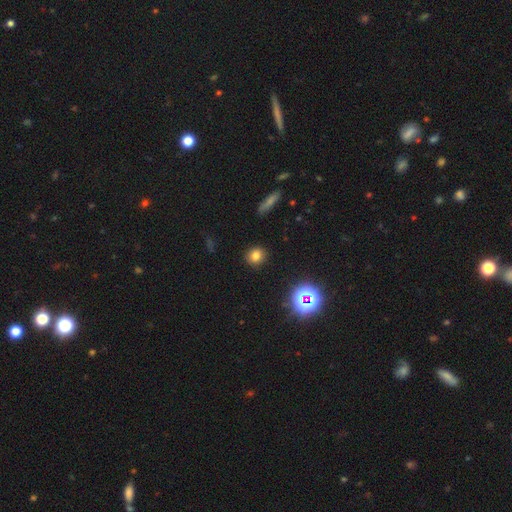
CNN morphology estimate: Smooth or featured: smooth — 75% (star or artifact — 17%)
How rounded: round — 82% (in between — 16%)
Merging: none — 90% (minor disturbance — 6%)